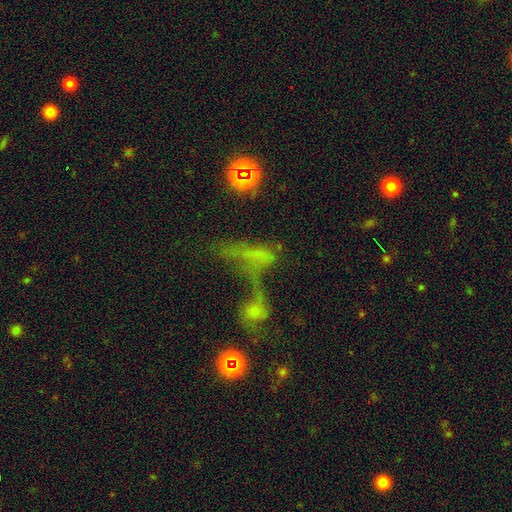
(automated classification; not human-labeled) Smooth or featured: smooth — 39% (star or artifact — 35%)
Merging: merger — 44% (major disturbance — 27%)